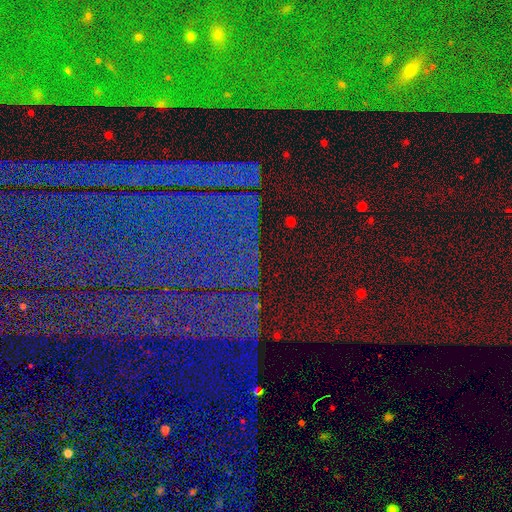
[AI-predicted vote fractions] Smooth or featured: star or artifact — 88% (featured or disk — 6%)